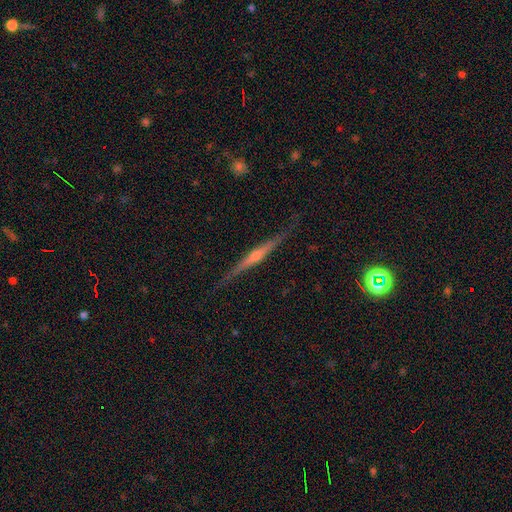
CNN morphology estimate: smooth-or-featured: featured or disk: 79% | smooth: 15% | star or artifact: 6%
  disk-edge-on: yes: 98% | no: 2%
    edge-on-bulge: rounded: 74% | none: 18% | boxy: 8%
  merging: none: 86% | minor disturbance: 10% | major disturbance: 2% | merger: 1%